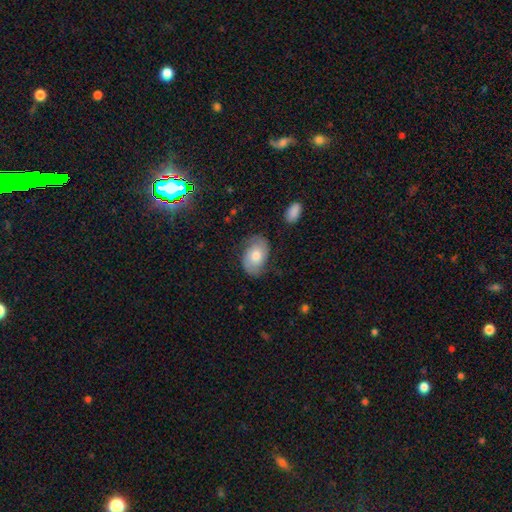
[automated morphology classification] smooth_or_featured: smooth (p=0.47) [alt: featured or disk p=0.45]
merging: none (p=0.74) [alt: minor disturbance p=0.18]